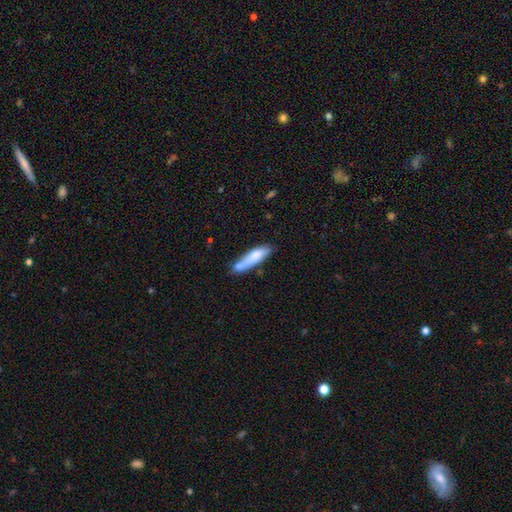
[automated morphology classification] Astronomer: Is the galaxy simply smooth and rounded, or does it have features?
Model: smooth — 62%.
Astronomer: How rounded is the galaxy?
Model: cigar-shaped — 79%.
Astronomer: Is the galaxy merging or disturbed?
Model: none — 56%.